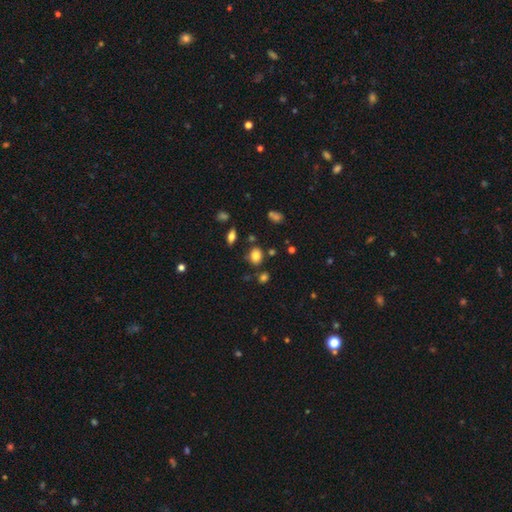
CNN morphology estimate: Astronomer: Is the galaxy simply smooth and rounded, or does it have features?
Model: smooth — 81%.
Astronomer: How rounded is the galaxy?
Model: in between — 52% (runner-up: round, 47%).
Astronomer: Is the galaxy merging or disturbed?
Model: none — 76%.